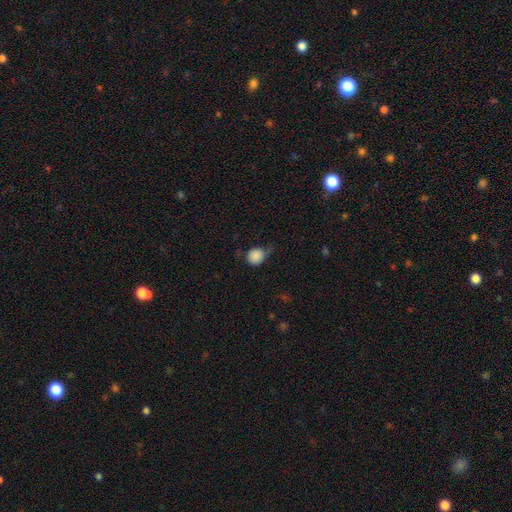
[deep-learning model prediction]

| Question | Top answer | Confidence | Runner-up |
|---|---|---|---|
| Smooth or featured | smooth | 86% | star or artifact (9%) |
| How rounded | round | 80% | in between (19%) |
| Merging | none | 48% | minor disturbance (38%) |